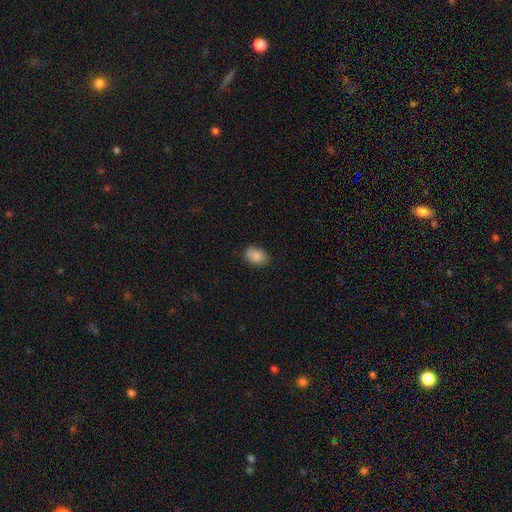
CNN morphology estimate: This is clearly a smooth galaxy (88%). How rounded: clearly in between (81%). Merging: clearly none (82%).